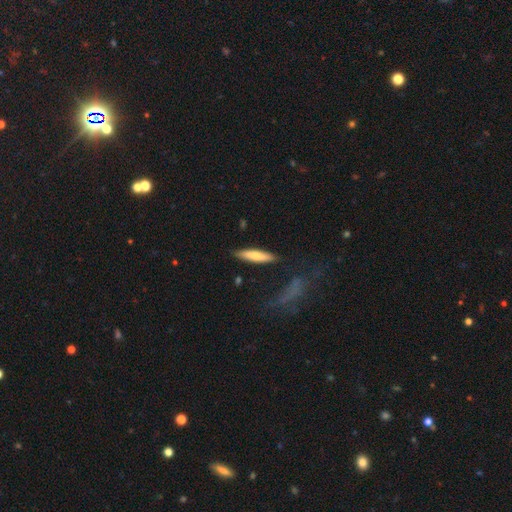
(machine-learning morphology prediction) smooth_or_featured: smooth (p=0.71) [alt: featured or disk p=0.24]
how_rounded: cigar-shaped (p=0.82) [alt: in between p=0.17]
merging: none (p=0.84) [alt: minor disturbance p=0.11]